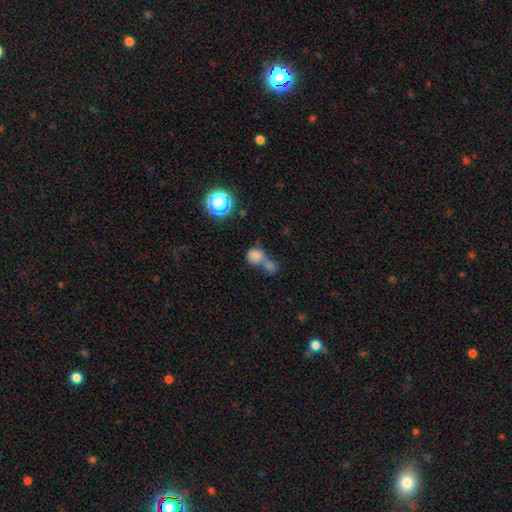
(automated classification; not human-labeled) The model was most divided on "how rounded": round: 64%, in between: 34%, cigar-shaped: 2%. More confident: smooth or featured — smooth (75%); merging — merger (61%).